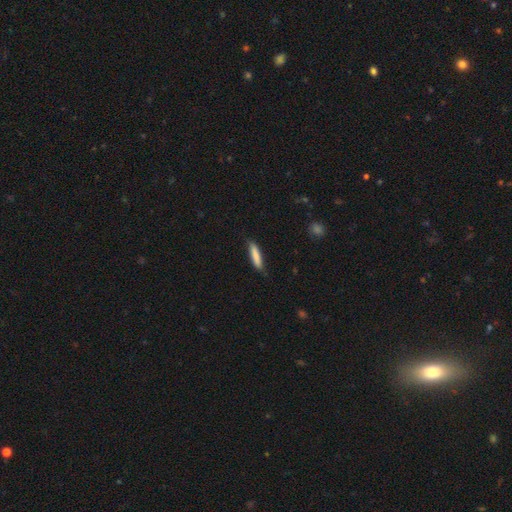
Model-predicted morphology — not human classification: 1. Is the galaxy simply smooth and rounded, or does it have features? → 83% smooth, 11% featured or disk, 6% star or artifact.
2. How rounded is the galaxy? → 86% cigar-shaped, 13% in between, 1% round.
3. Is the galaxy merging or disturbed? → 81% none, 15% minor disturbance, 2% major disturbance, 1% merger.